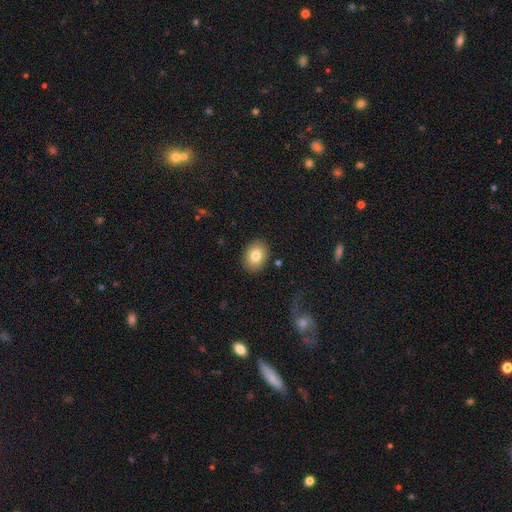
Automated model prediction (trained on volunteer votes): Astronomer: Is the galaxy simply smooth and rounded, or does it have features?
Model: smooth — 81%.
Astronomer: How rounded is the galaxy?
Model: in between — 64%.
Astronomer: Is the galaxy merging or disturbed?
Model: none — 88%.